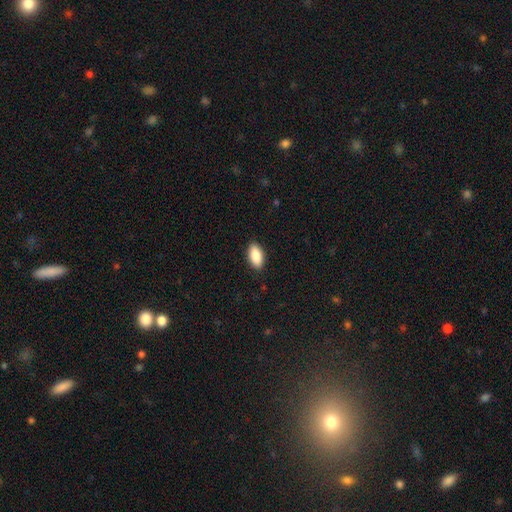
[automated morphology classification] This appears to be a smooth galaxy with no disk features (88%) that is in between round and cigar-shaped (91%). Merging: none (89%).